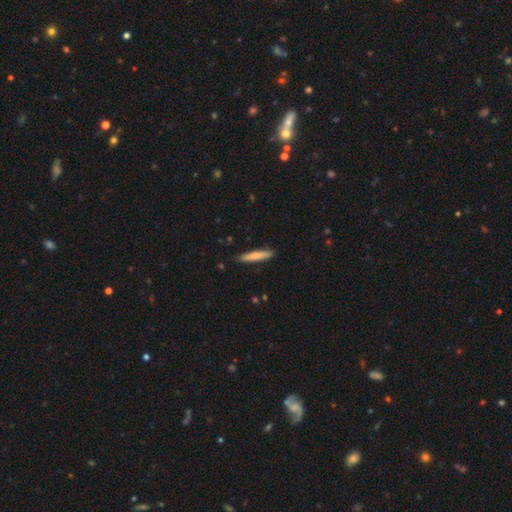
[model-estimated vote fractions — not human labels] This is likely a smooth galaxy (75%). How rounded: clearly cigar-shaped (91%). Merging: clearly none (86%).